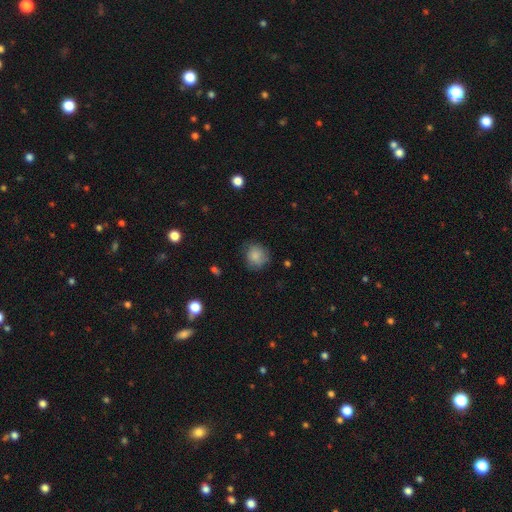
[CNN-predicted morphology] Smooth or featured: smooth — 83% (star or artifact — 9%)
How rounded: round — 85% (in between — 14%)
Merging: none — 72% (minor disturbance — 21%)